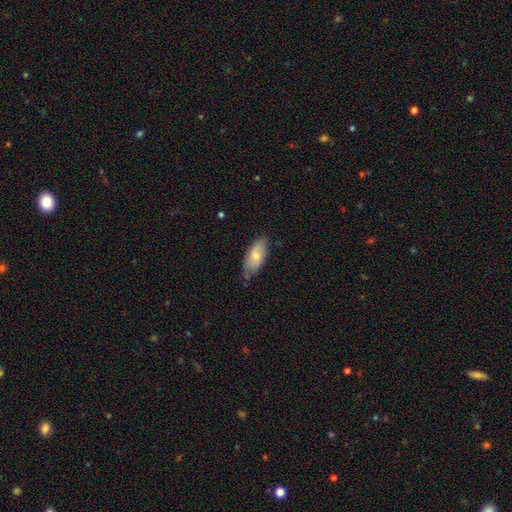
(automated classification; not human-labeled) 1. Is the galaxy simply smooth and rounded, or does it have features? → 71% smooth, 23% featured or disk, 6% star or artifact.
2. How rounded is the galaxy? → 88% in between, 10% cigar-shaped, 2% round.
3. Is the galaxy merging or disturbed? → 69% none, 25% minor disturbance, 4% major disturbance, 2% merger.